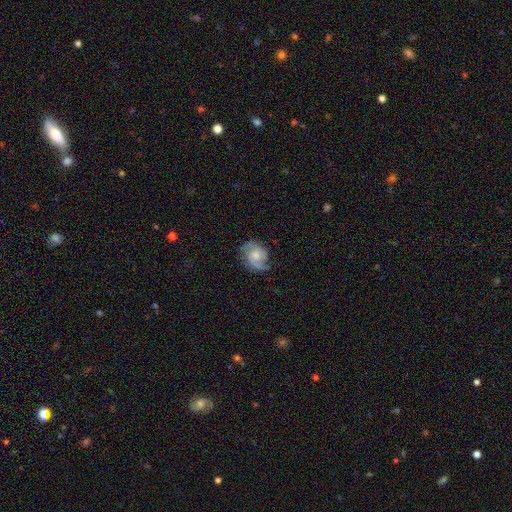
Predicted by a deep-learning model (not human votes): Smooth or featured? featured or disk (77%)
Edge-on disk? no (98%)
Bar? no (67%)
Spiral arms? yes (95%)
Spiral winding? medium (48%)
Spiral arm count? 2 (74%)
Bulge size? moderate (45%)
Merging? none (70%)